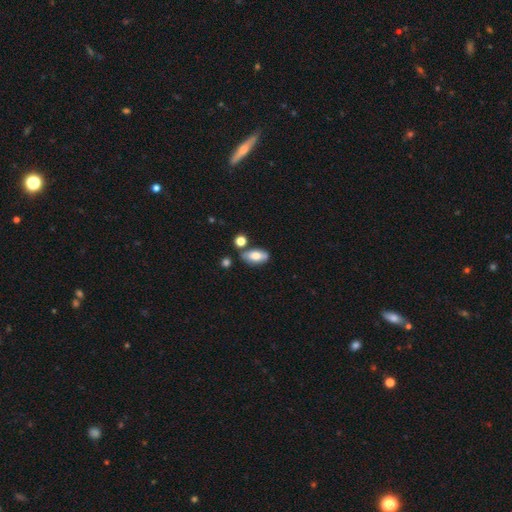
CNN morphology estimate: Smooth or featured?
  - smooth: 72% *
  - featured or disk: 20%
  - star or artifact: 8%
How rounded?
  - in between: 90% *
  - cigar-shaped: 5%
  - round: 5%
Merging?
  - none: 69% *
  - minor disturbance: 16%
  - merger: 11%
  - major disturbance: 4%